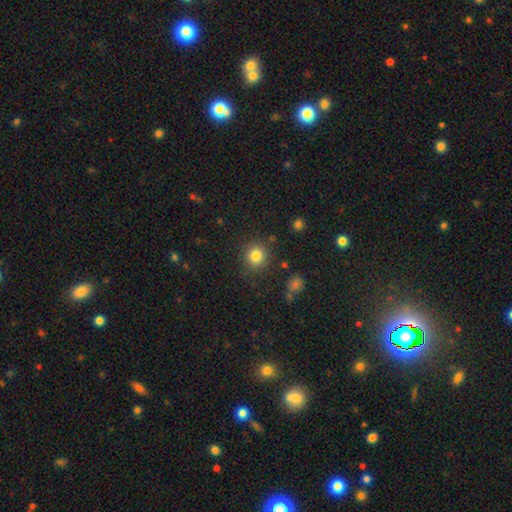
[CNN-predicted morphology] This is clearly a smooth galaxy (82%). How rounded: clearly round (90%). Merging: clearly none (87%).